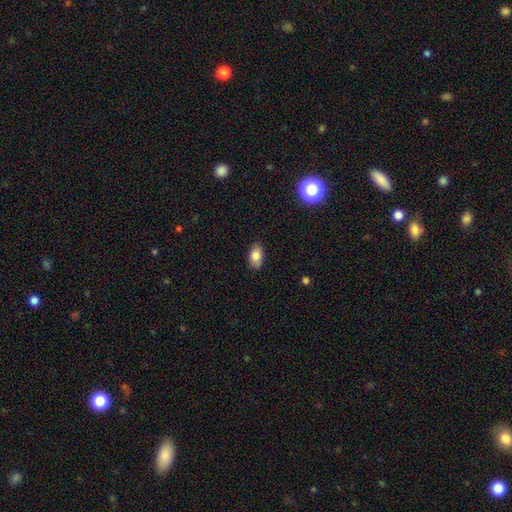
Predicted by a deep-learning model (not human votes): smooth_or_featured: smooth (p=0.82) [alt: featured or disk p=0.10]
how_rounded: in between (p=0.90) [alt: round p=0.08]
merging: none (p=0.86) [alt: minor disturbance p=0.11]